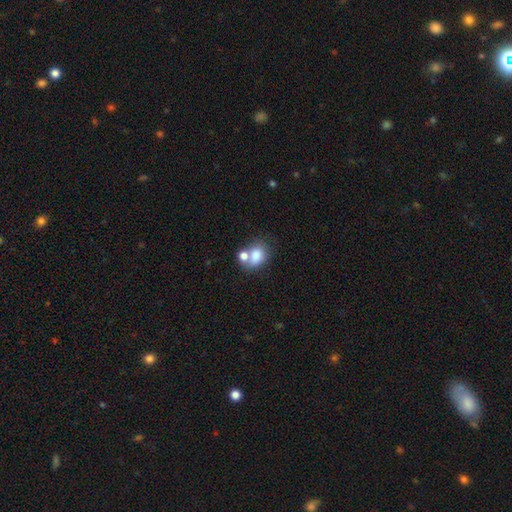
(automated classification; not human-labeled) Morphology: type=smooth (78%); roundness=in between (59%); merging=merger (43%).